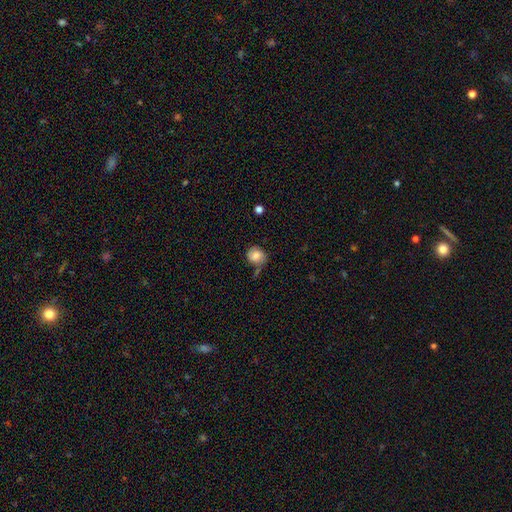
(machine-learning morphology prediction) Smooth or featured: smooth — 66% (featured or disk — 25%)
How rounded: round — 68% (in between — 31%)
Merging: none — 54% (minor disturbance — 26%)